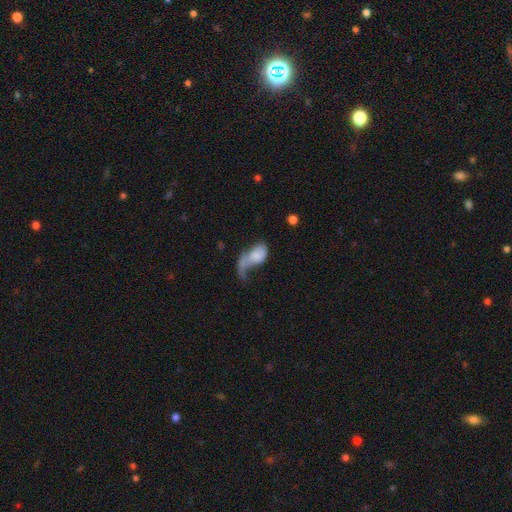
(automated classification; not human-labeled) Smooth or featured? Predicted: smooth (p=0.63). How rounded? Predicted: in between (p=0.88). Merging? Predicted: major disturbance (p=0.57).